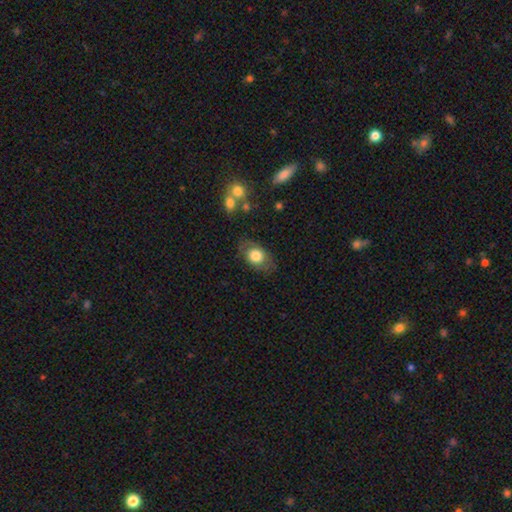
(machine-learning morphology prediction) smooth-or-featured: smooth: 74% | featured or disk: 18% | star or artifact: 7%
  how-rounded: in between: 75% | round: 23% | cigar-shaped: 2%
  merging: none: 75% | minor disturbance: 16% | major disturbance: 6% | merger: 3%